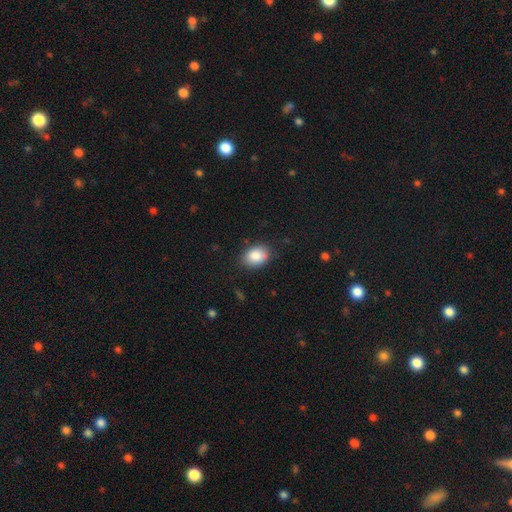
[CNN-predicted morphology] Q: Smooth or featured?
A: smooth (86%); runner-up: star or artifact (7%)
Q: How rounded?
A: in between (74%); runner-up: round (25%)
Q: Merging?
A: none (81%); runner-up: minor disturbance (15%)